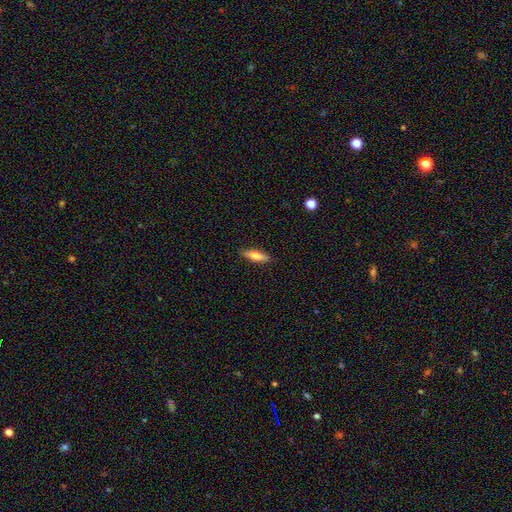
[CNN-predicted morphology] smooth-or-featured: smooth: 71% | featured or disk: 23% | star or artifact: 6%
  how-rounded: cigar-shaped: 62% | in between: 36% | round: 2%
  merging: none: 88% | minor disturbance: 9% | major disturbance: 2% | merger: 1%